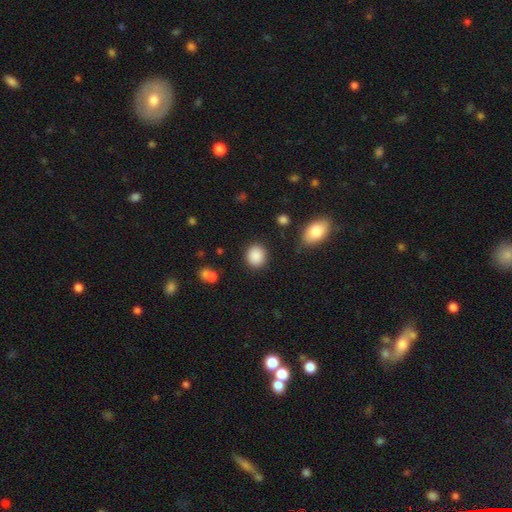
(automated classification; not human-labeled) smooth_or_featured: smooth (p=0.89) [alt: star or artifact p=0.08]
how_rounded: round (p=0.78) [alt: in between p=0.21]
merging: none (p=0.87) [alt: minor disturbance p=0.08]